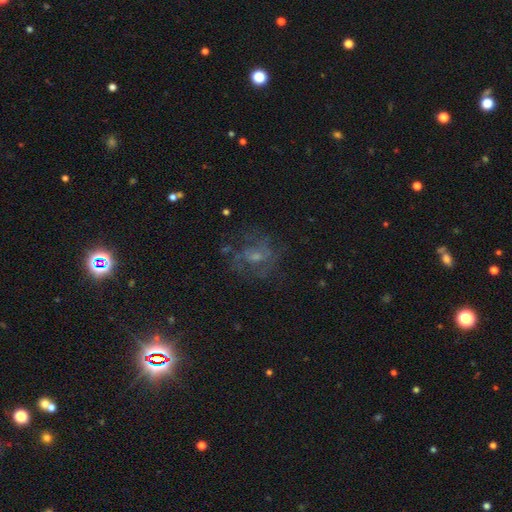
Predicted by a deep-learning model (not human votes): featured or disk 54%, smooth 25%, star or artifact 21%. Down the decision tree: edge-on disk — no (97%); bar — no (64%); spiral arms — yes (57%); bulge size — small (46%); merging — none (61%).